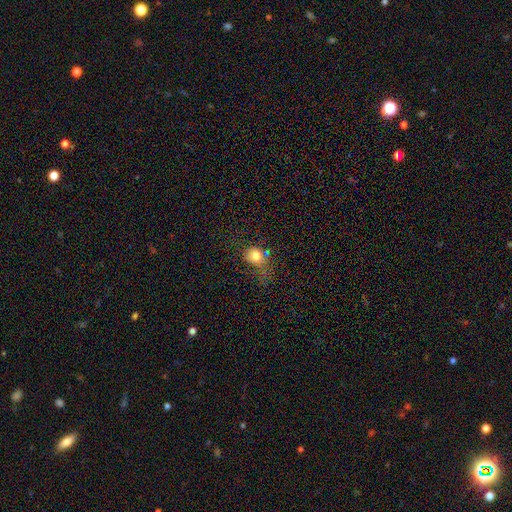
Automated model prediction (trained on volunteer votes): Smooth or featured: smooth — 77% (star or artifact — 12%)
How rounded: round — 73% (in between — 25%)
Merging: none — 43% (minor disturbance — 25%)